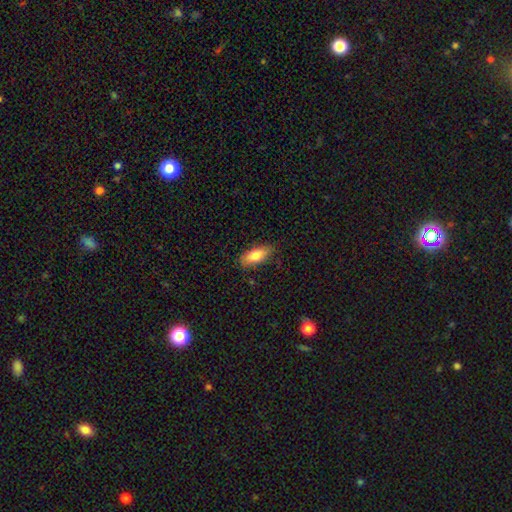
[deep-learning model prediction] The model was most divided on "merging": none: 80%, minor disturbance: 16%, major disturbance: 3%, merger: 1%. More confident: how rounded — in between (81%); smooth or featured — smooth (81%).